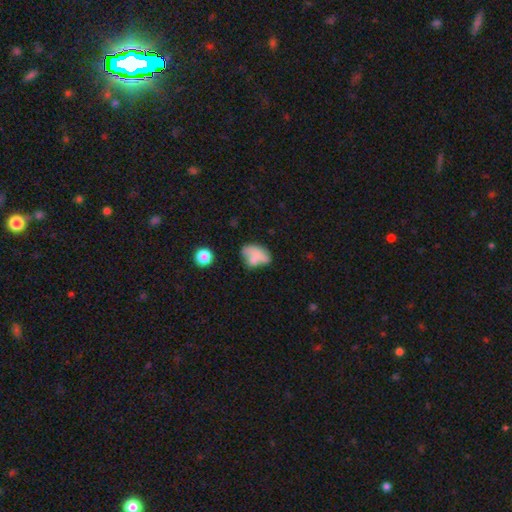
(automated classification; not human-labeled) A smooth galaxy with no disk features (69%) that is in between round and cigar-shaped (83%).

Vote fractions:
- Smooth or featured? smooth: 69% / featured or disk: 21% / star or artifact: 10%
- How rounded? in between: 83% / round: 14% / cigar-shaped: 3%
- Merging? none: 36% / minor disturbance: 27% / merger: 20% / major disturbance: 17%